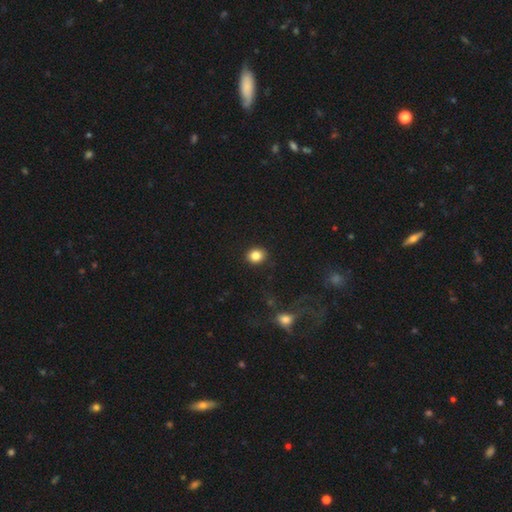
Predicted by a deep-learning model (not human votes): The model was most divided on "how rounded": round: 74%, in between: 25%, cigar-shaped: 1%. More confident: merging — none (91%); smooth or featured — smooth (85%).